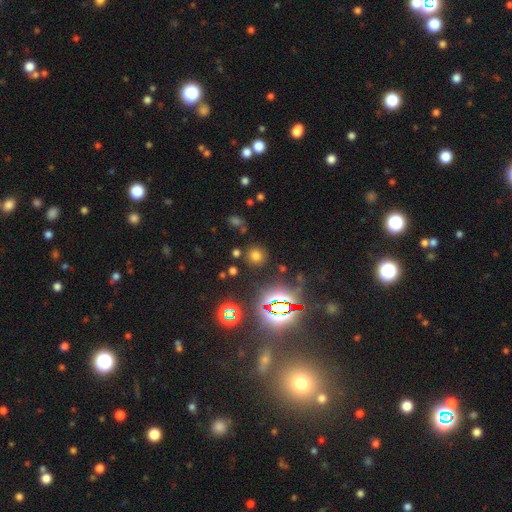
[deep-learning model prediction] The model was most divided on "smooth or featured": smooth: 62%, star or artifact: 31%, featured or disk: 7%. More confident: how rounded — round (89%); merging — none (86%).